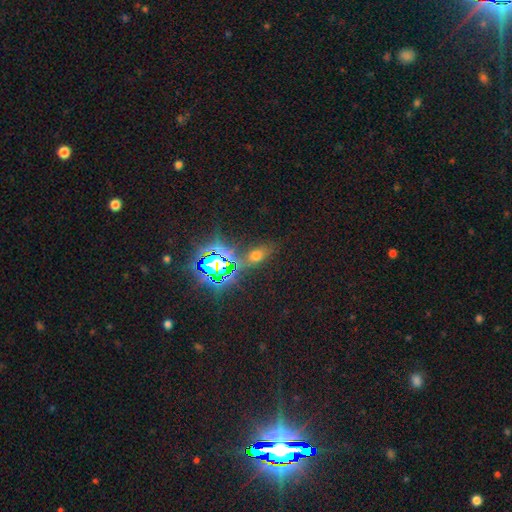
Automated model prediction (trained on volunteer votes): A smooth galaxy with no disk features (45%). Merging: none (76%).